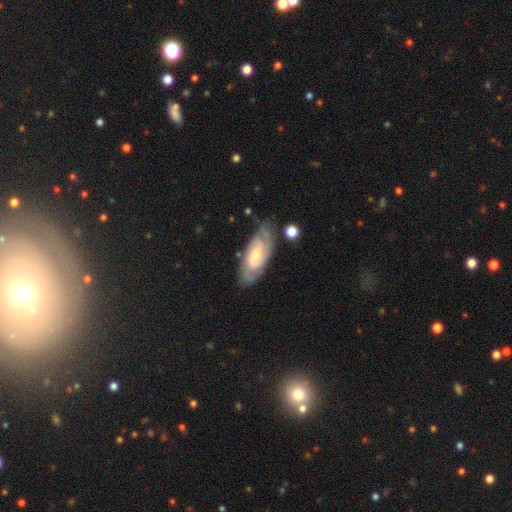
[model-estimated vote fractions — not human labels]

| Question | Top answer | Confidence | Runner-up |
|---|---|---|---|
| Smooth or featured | featured or disk | 75% | smooth (20%) |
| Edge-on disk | no | 92% | yes (8%) |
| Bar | no | 55% | weak (37%) |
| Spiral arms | yes | 92% | no (8%) |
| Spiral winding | tight | 54% | medium (36%) |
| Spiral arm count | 2 | 47% | can't tell (30%) |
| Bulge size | small | 55% | moderate (39%) |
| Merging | none | 68% | minor disturbance (21%) |